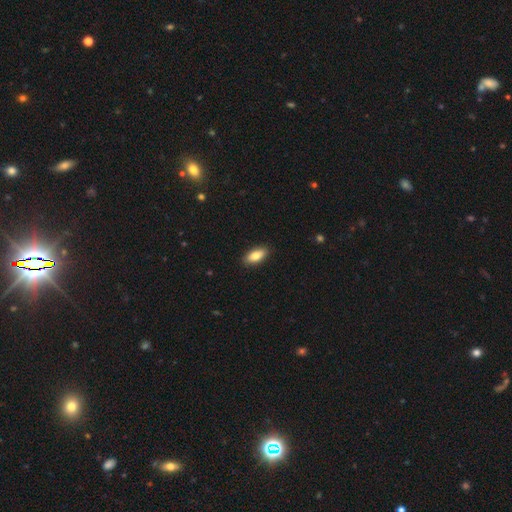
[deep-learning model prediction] A smooth galaxy with no disk features (83%) that is in between round and cigar-shaped (88%). Merging: none (90%).